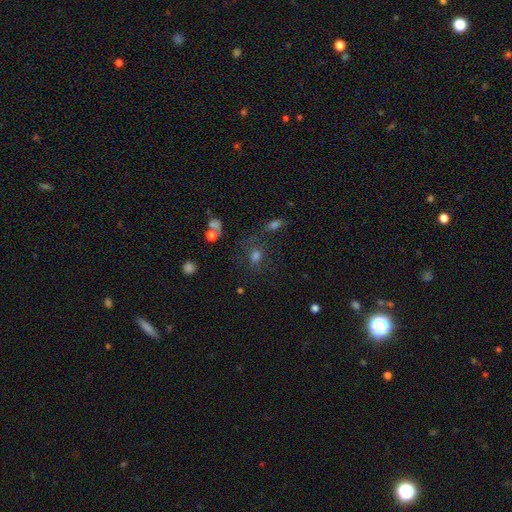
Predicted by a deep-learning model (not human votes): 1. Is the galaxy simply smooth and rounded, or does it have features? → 55% smooth, 30% star or artifact, 15% featured or disk.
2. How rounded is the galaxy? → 68% round, 29% in between, 2% cigar-shaped.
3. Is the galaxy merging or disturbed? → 60% none, 16% minor disturbance, 12% major disturbance, 12% merger.